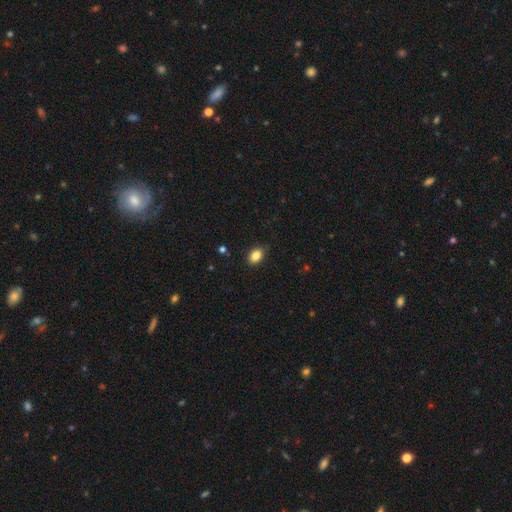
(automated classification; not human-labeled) This appears to be a smooth galaxy with no disk features (86%) that is in between round and cigar-shaped (81%). Merging: none (87%).